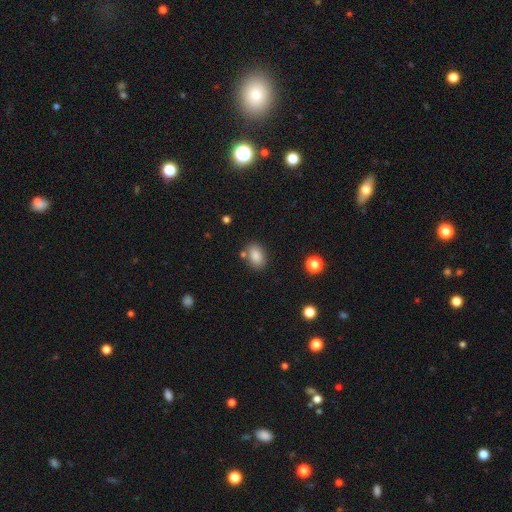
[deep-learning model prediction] Smooth or featured? smooth (85%)
How rounded? in between (85%)
Merging? none (76%)